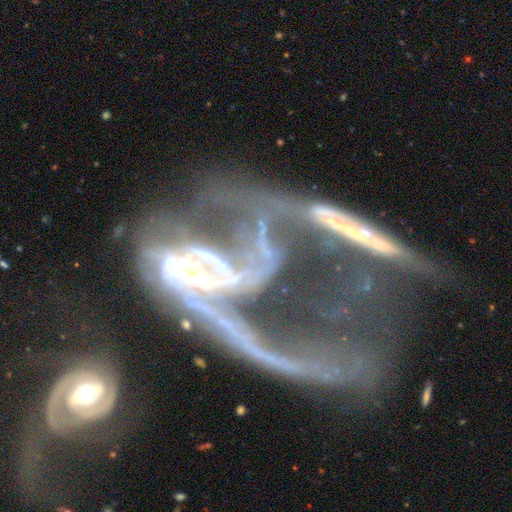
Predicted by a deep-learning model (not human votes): A featured or disk galaxy (75%) with no bar (54%), spiral arms (65%) and no central bulge (30%, tied with small and moderate). Merging: merger (49%).